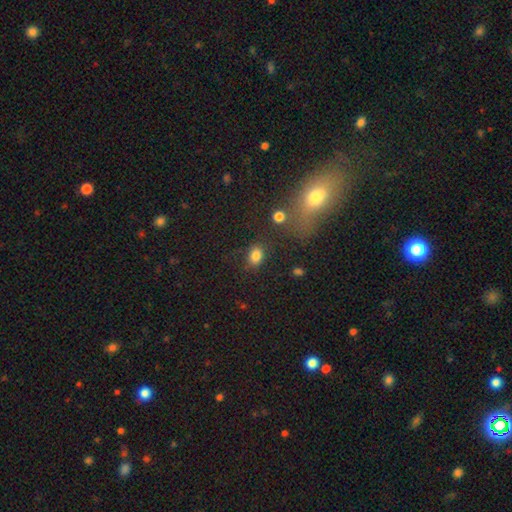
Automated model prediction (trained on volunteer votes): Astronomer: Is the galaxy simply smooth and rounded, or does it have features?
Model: smooth — 83%.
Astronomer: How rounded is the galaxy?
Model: in between — 69%.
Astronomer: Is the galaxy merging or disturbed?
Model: none — 76%.